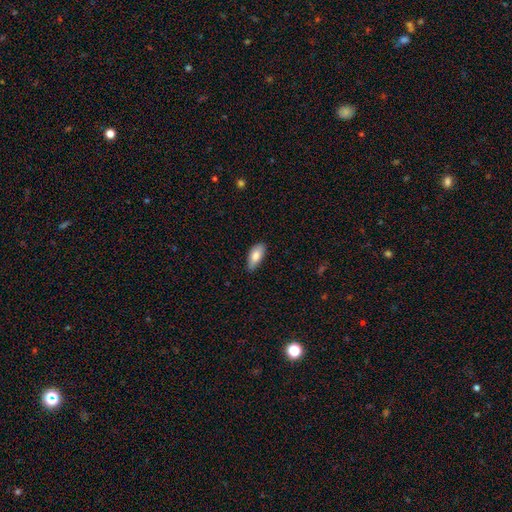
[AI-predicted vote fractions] smooth_or_featured: smooth (p=0.81) [alt: featured or disk p=0.12]
how_rounded: in between (p=0.87) [alt: cigar-shaped p=0.10]
merging: none (p=0.76) [alt: minor disturbance p=0.20]